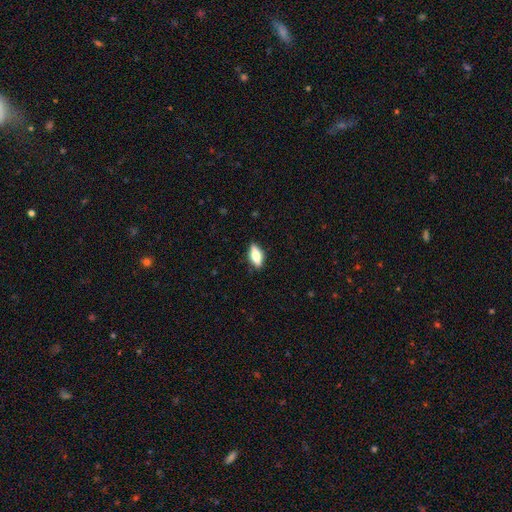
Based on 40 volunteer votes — smooth_or_featured: smooth (p=0.47) [alt: featured or disk p=0.42]
how_rounded: in between (p=0.47) [tied with: cigar-shaped p=0.47]
merging: none (p=0.94) [alt: minor disturbance p=0.03]